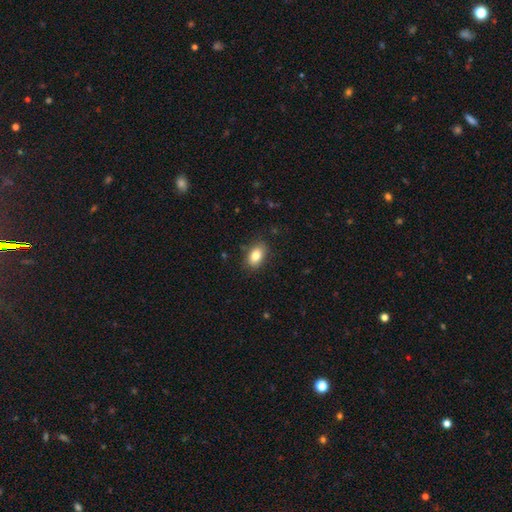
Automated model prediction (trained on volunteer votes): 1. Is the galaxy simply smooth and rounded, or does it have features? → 83% smooth, 9% featured or disk, 8% star or artifact.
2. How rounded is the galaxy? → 86% in between, 12% round, 2% cigar-shaped.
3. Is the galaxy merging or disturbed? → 85% none, 11% minor disturbance, 3% major disturbance, 1% merger.